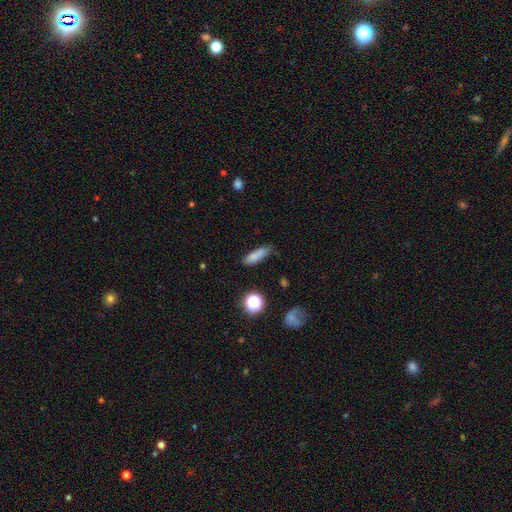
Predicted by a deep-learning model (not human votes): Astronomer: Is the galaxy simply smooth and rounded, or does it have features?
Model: smooth — 81%.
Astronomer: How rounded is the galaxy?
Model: cigar-shaped — 56% (runner-up: in between, 40%).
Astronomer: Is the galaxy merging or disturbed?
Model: none — 73%.